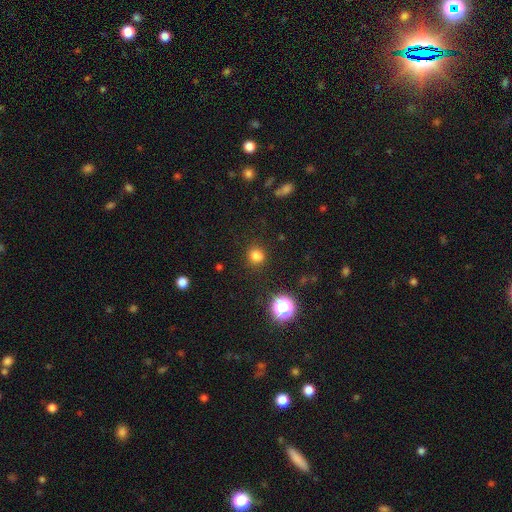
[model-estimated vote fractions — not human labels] Smooth or featured?
  - smooth: 79% *
  - star or artifact: 16%
  - featured or disk: 4%
How rounded?
  - round: 86% *
  - in between: 13%
  - cigar-shaped: 1%
Merging?
  - none: 87% *
  - minor disturbance: 8%
  - major disturbance: 3%
  - merger: 2%